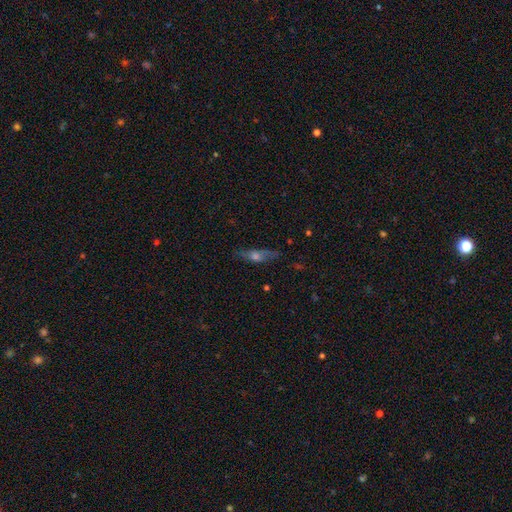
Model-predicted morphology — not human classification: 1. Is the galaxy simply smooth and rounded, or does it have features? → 51% featured or disk, 37% smooth, 12% star or artifact.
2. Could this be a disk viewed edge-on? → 81% yes, 19% no.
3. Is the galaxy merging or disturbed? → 77% none, 16% minor disturbance, 5% major disturbance, 2% merger.